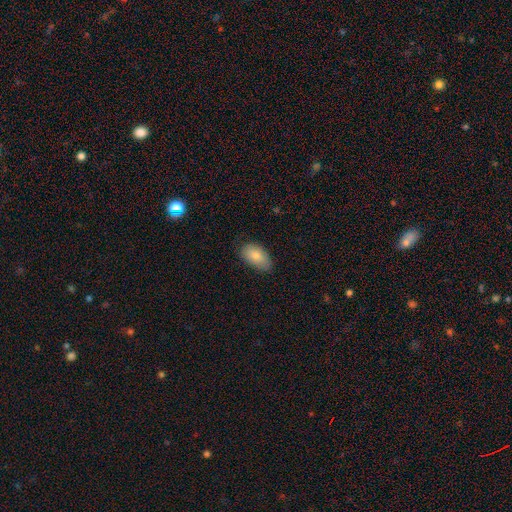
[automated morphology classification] Overall: smooth (84%). How rounded: in between (94%). Merging: none (76%).